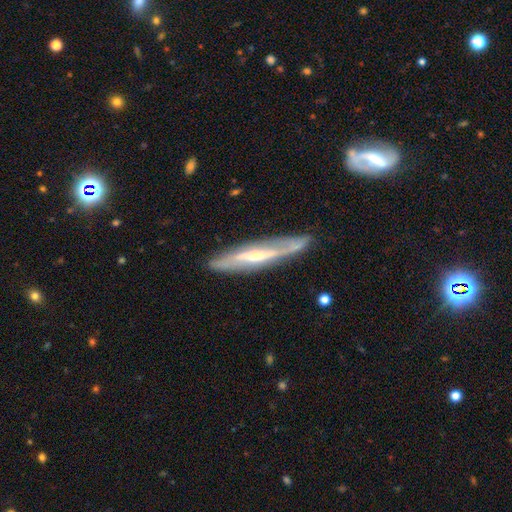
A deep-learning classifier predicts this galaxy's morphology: type=featured or disk (77%); edge-on=yes (61%); merging=none (78%).